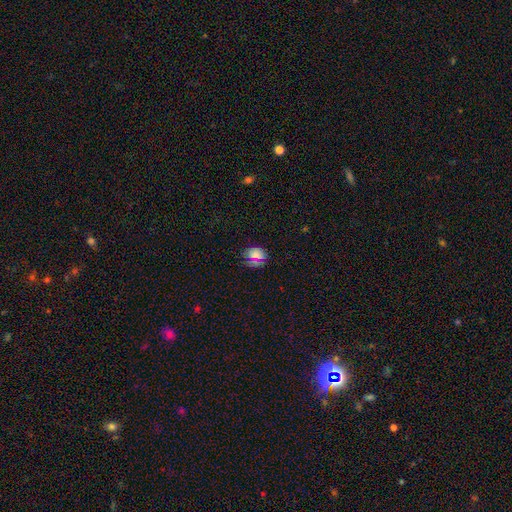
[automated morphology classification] Smooth or featured: smooth — 70% (star or artifact — 23%)
How rounded: round — 57% (in between — 41%)
Merging: none — 81% (minor disturbance — 13%)